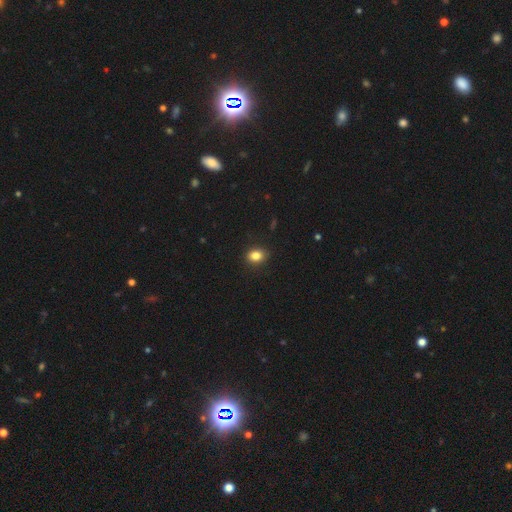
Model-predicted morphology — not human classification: Q: Smooth or featured?
A: smooth (84%); runner-up: star or artifact (10%)
Q: How rounded?
A: in between (56%); runner-up: round (43%)
Q: Merging?
A: none (87%); runner-up: minor disturbance (9%)